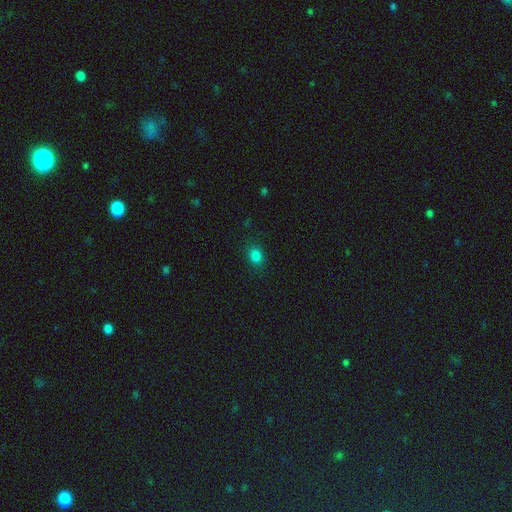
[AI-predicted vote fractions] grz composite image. It shows a smooth galaxy with no disk features (82%) that is in between round and cigar-shaped (52%). Merging: none (87%).